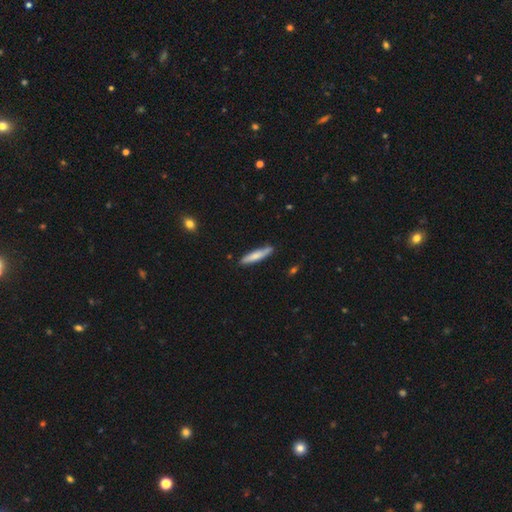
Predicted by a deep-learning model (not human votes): Smooth or featured? Predicted: smooth (p=0.70). How rounded? Predicted: cigar-shaped (p=0.87). Merging? Predicted: none (p=0.83).